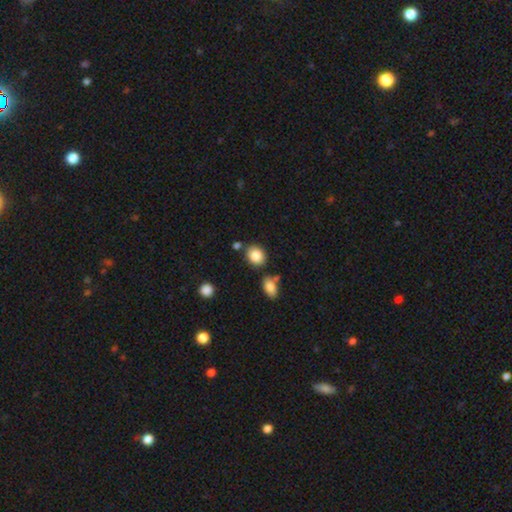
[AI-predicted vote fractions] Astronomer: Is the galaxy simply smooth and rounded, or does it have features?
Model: smooth — 86%.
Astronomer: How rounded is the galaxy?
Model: round — 60% (runner-up: in between, 39%).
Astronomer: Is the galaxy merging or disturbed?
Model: none — 74%.